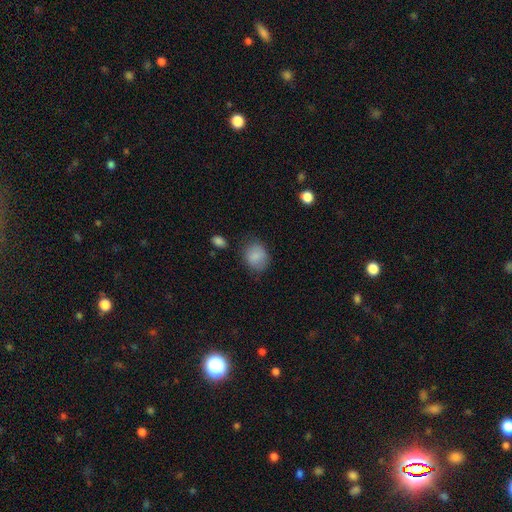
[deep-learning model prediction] Smooth or featured: smooth — 84% (star or artifact — 8%)
How rounded: round — 56% (in between — 43%)
Merging: none — 70% (minor disturbance — 21%)